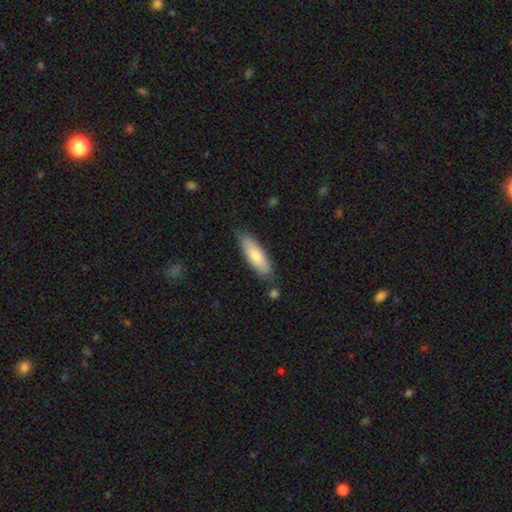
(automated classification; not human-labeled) A smooth galaxy with no disk features (73%) that is in between round and cigar-shaped (54%). Merging: none (80%).